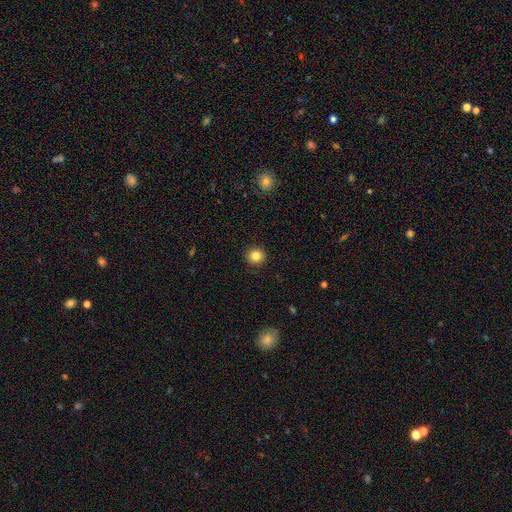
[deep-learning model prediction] The model was most divided on "smooth or featured": smooth: 84%, star or artifact: 11%, featured or disk: 5%. More confident: merging — none (92%); how rounded — round (92%).